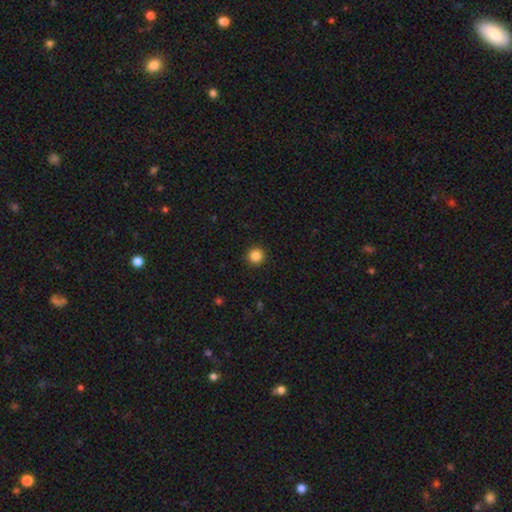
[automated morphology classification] Q: Smooth or featured?
A: smooth (85%); runner-up: star or artifact (11%)
Q: How rounded?
A: round (96%); runner-up: in between (3%)
Q: Merging?
A: none (93%); runner-up: minor disturbance (5%)